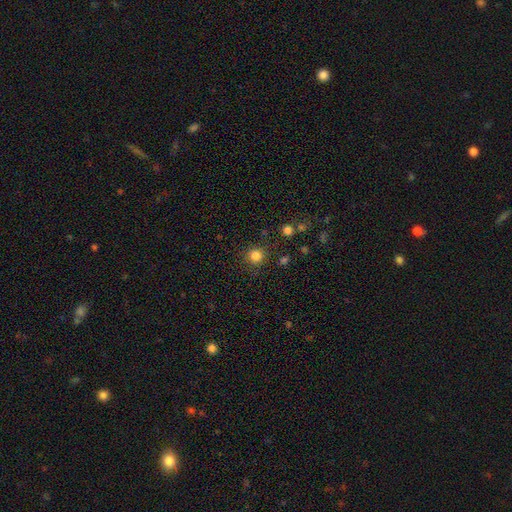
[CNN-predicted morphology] Q: Smooth or featured?
A: smooth (83%); runner-up: star or artifact (13%)
Q: How rounded?
A: round (94%); runner-up: in between (5%)
Q: Merging?
A: none (87%); runner-up: minor disturbance (7%)